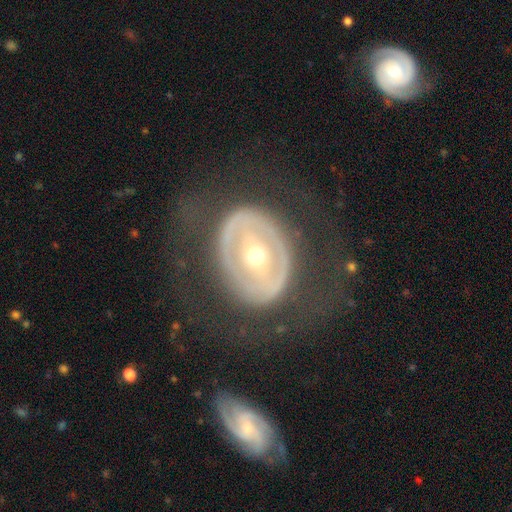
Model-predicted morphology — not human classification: This appears to be a featured or disk galaxy (73%) with a strong bar (39%), no spiral arms (72%) and a moderate central bulge (51%). Merging: none (66%).